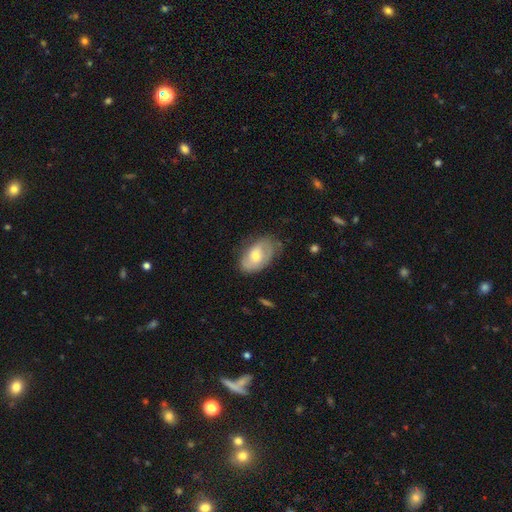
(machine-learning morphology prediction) Smooth or featured? featured or disk (50%)
Merging? none (63%)